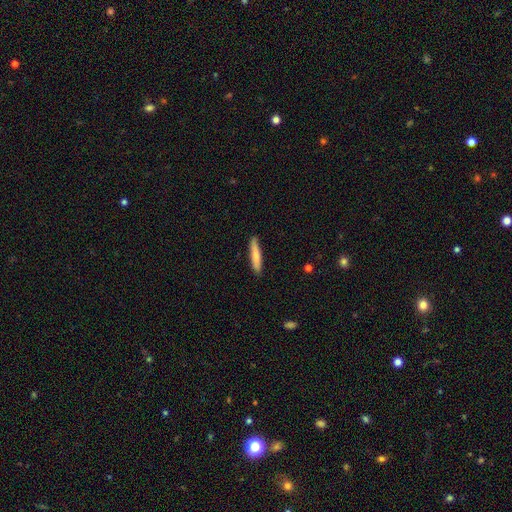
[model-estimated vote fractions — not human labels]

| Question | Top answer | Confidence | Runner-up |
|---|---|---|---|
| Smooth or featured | smooth | 75% | featured or disk (19%) |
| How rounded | cigar-shaped | 89% | in between (9%) |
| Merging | none | 85% | minor disturbance (12%) |